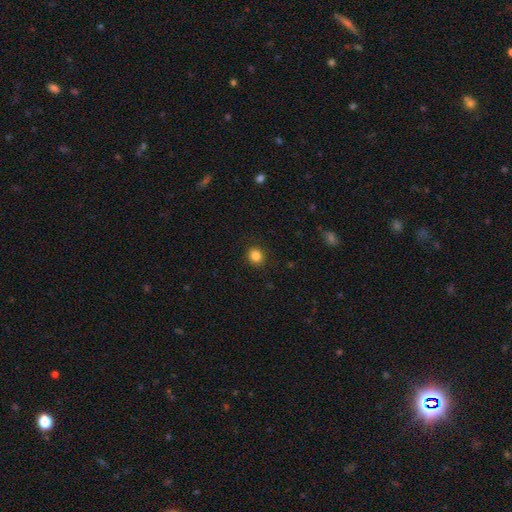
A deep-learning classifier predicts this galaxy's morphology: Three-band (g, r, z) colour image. It shows a smooth galaxy with no disk features (85%) that is round (81%). Merging: none (91%).